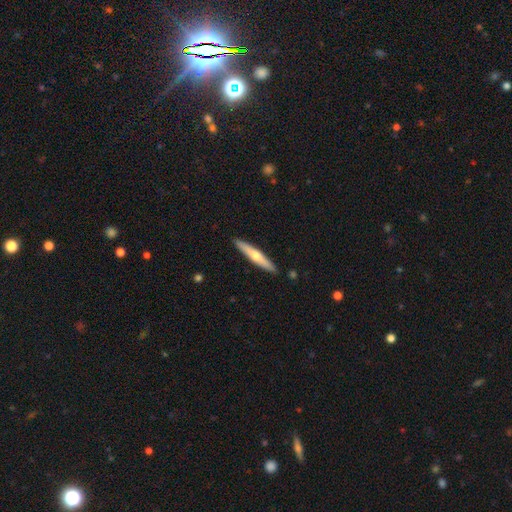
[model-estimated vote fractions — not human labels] Smooth or featured?
  - smooth: 48% *
  - featured or disk: 47%
  - star or artifact: 5%
Merging?
  - none: 91% *
  - minor disturbance: 7%
  - merger: 1%
  - major disturbance: 1%